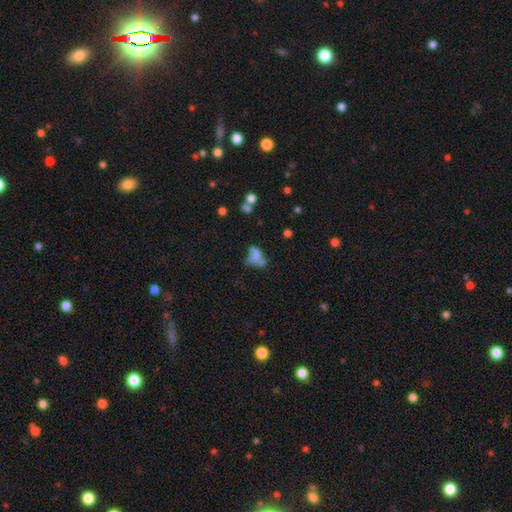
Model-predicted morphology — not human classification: Overall: smooth (51%; featured or disk 32%). How rounded: in between (78%). Merging: major disturbance (29%; none 28%).